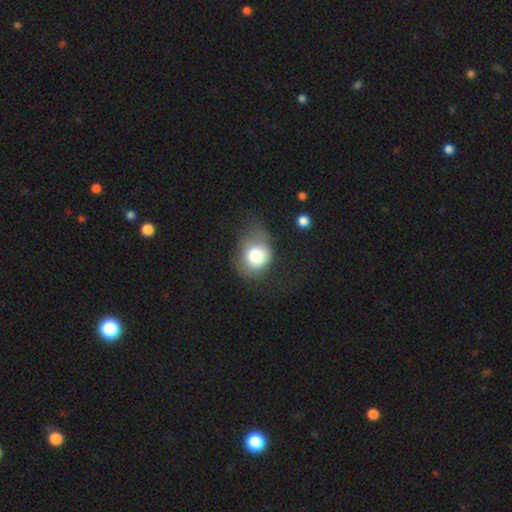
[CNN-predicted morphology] Overall: smooth (76%). How rounded: round (61%; in between 38%). Merging: none (35%; minor disturbance 34%).